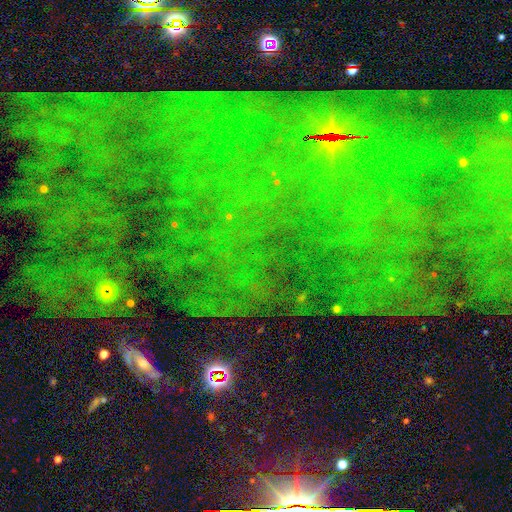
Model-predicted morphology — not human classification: Smooth or featured? Predicted: star or artifact (p=0.79).